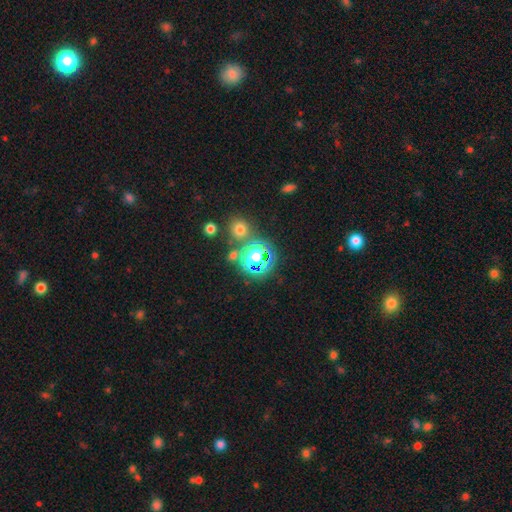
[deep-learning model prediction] Morphology: type=star or artifact (48%).